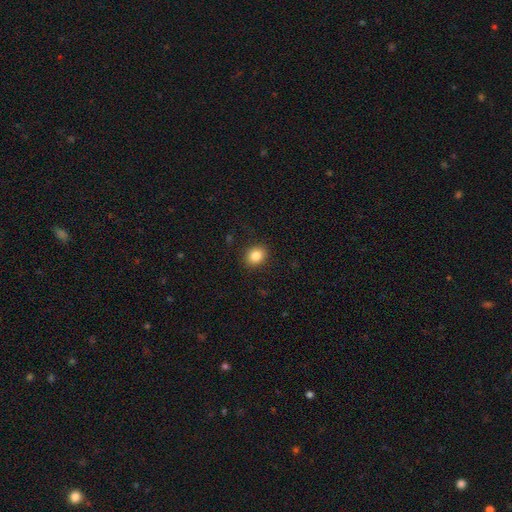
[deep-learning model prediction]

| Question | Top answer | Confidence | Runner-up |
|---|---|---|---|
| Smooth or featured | smooth | 84% | star or artifact (10%) |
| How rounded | round | 61% | in between (38%) |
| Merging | none | 90% | minor disturbance (7%) |